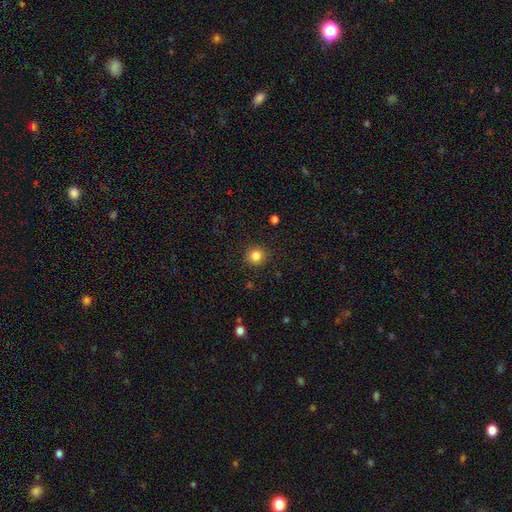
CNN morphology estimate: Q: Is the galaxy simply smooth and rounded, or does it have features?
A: smooth — 84%.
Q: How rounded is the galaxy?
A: round — 91%.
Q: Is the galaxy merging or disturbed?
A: none — 90%.